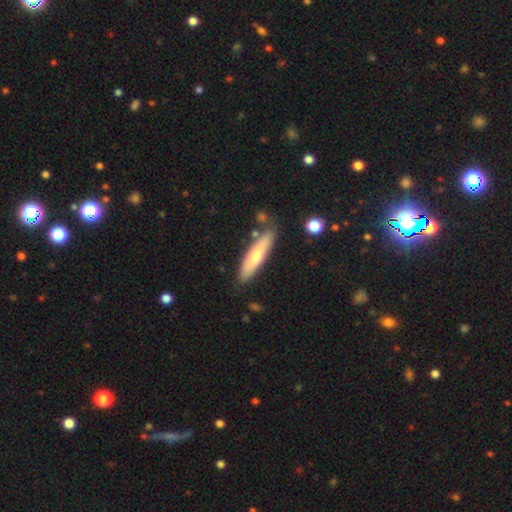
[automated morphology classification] This is likely a smooth galaxy (62%). How rounded: likely cigar-shaped (78%). Merging: clearly none (80%).